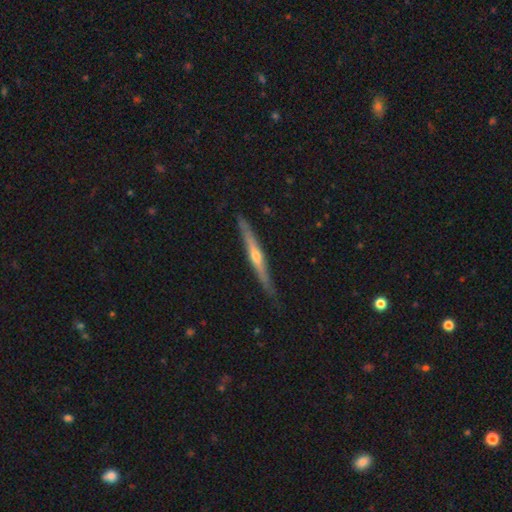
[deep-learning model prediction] A featured or disk galaxy (73%) viewed edge-on (97%) with a rounded central bulge (80%). Merging: none (86%).